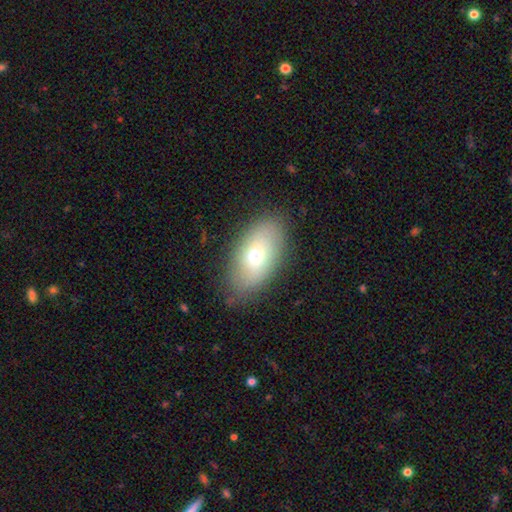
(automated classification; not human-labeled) Smooth or featured: smooth — 66% (featured or disk — 25%)
How rounded: in between — 92% (round — 5%)
Merging: none — 83% (minor disturbance — 13%)